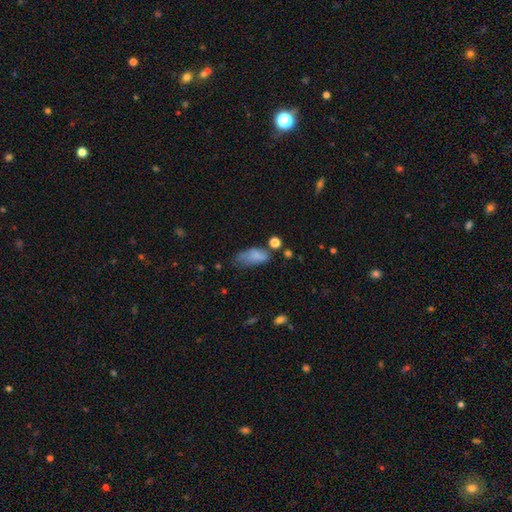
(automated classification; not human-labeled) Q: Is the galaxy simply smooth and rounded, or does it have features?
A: smooth — 76%.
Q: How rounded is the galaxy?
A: in between — 87%.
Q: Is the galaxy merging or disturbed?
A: minor disturbance — 35%.